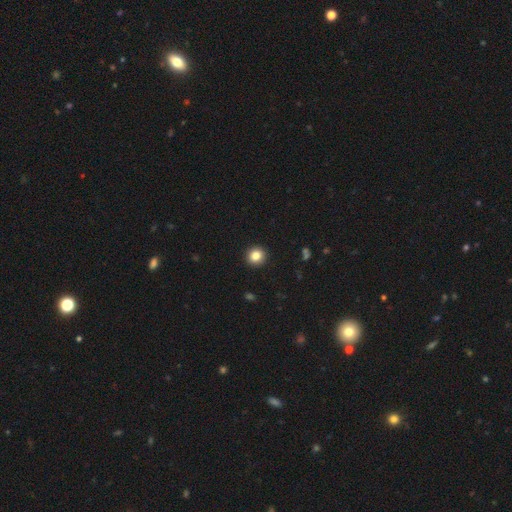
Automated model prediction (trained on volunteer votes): Smooth or featured? smooth (85%)
How rounded? round (92%)
Merging? none (93%)